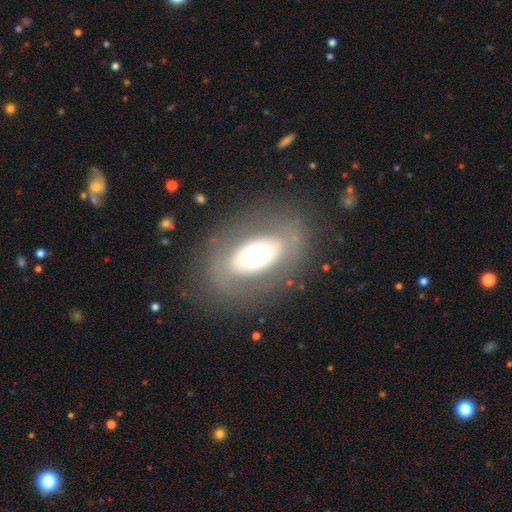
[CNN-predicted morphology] Smooth or featured: smooth — 49% (featured or disk — 38%)
Merging: none — 80% (minor disturbance — 10%)